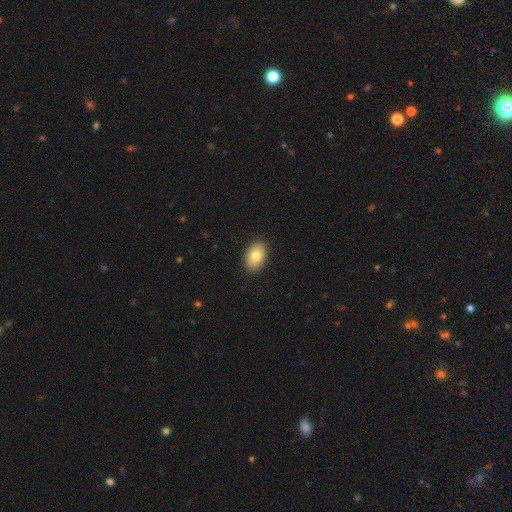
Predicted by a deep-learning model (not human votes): This is clearly a smooth galaxy (80%). How rounded: clearly in between (86%). Merging: clearly none (90%).